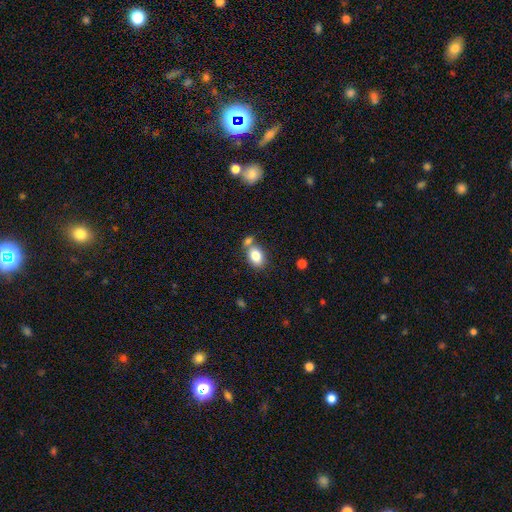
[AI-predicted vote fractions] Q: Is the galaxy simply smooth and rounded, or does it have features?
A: smooth — 82%.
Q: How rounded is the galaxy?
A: in between — 80%.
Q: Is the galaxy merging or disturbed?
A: none — 57%.